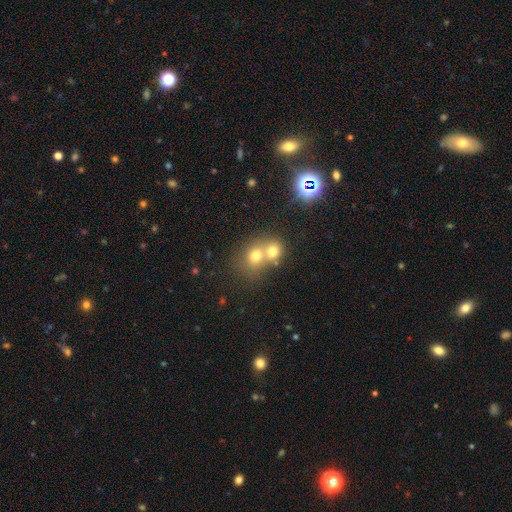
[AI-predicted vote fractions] smooth-or-featured: smooth: 70% | featured or disk: 16% | star or artifact: 14%
  how-rounded: round: 70% | in between: 29% | cigar-shaped: 1%
  merging: merger: 63% | none: 29% | minor disturbance: 5% | major disturbance: 3%